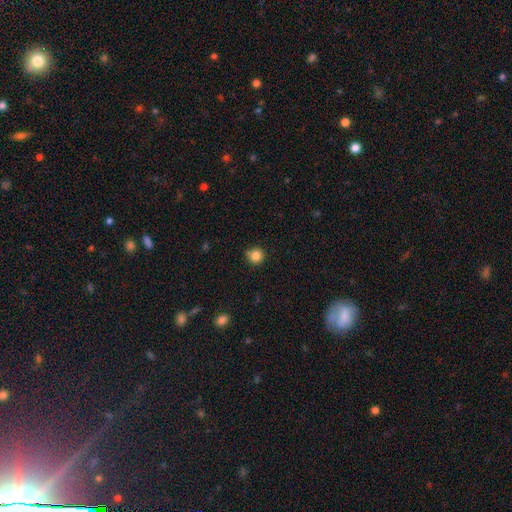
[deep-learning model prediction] smooth 84%, star or artifact 11%, featured or disk 5%. Down the decision tree: how rounded — round (91%); merging — none (78%).